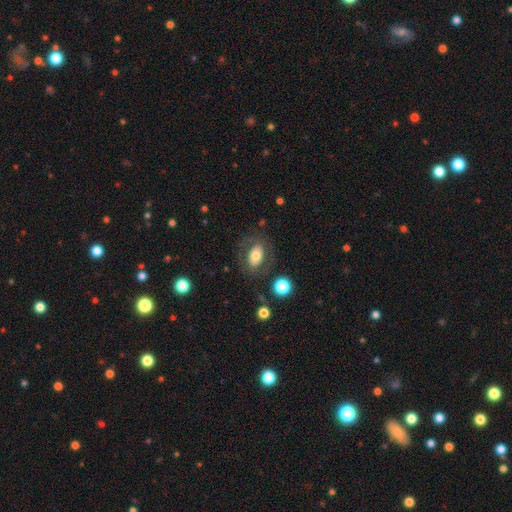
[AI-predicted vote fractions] Q: Smooth or featured?
A: smooth (64%); runner-up: featured or disk (28%)
Q: How rounded?
A: in between (79%); runner-up: round (20%)
Q: Merging?
A: none (74%); runner-up: minor disturbance (14%)